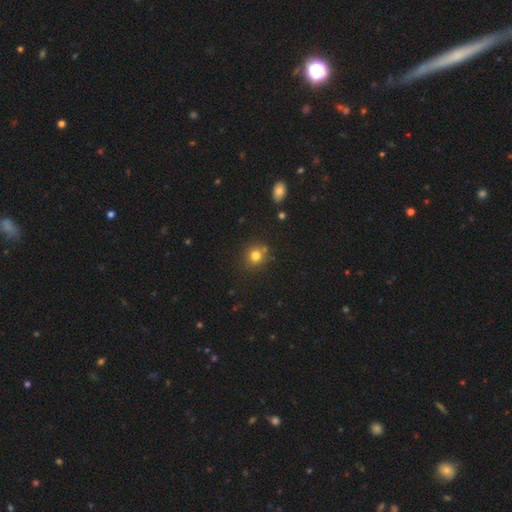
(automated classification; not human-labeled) Smooth or featured? smooth (79%)
How rounded? round (87%)
Merging? none (77%)